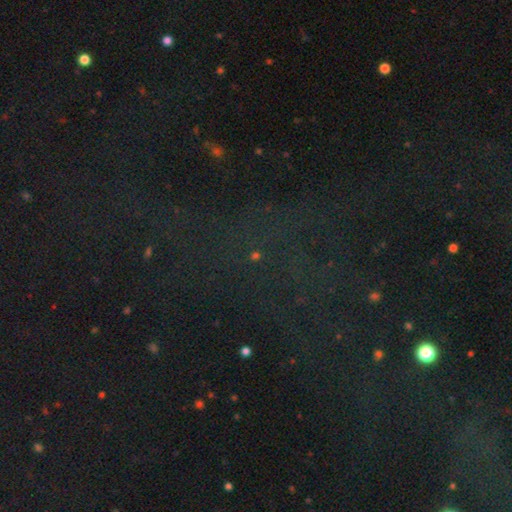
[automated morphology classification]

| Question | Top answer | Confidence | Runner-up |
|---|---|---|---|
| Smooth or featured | star or artifact | 71% | smooth (20%) |